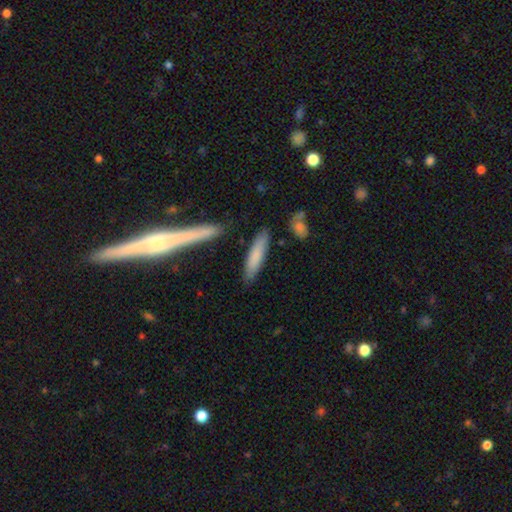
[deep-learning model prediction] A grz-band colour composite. It shows a smooth galaxy with no disk features (77%) that is cigar-shaped (79%). Merging: none (82%).